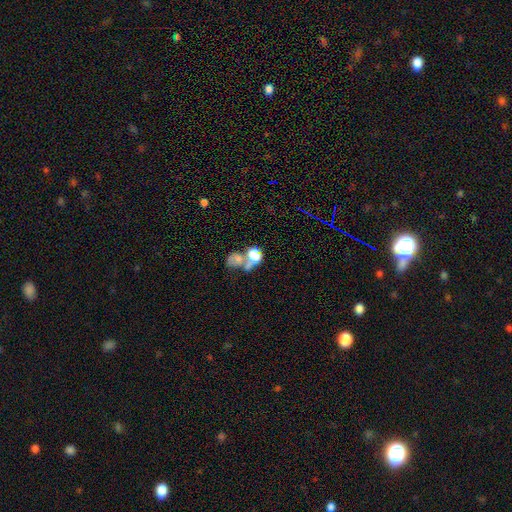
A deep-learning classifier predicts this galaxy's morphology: smooth-or-featured: smooth: 60% | featured or disk: 25% | star or artifact: 15%
  how-rounded: in between: 57% | round: 41% | cigar-shaped: 2%
  merging: merger: 63% | none: 17% | major disturbance: 12% | minor disturbance: 7%